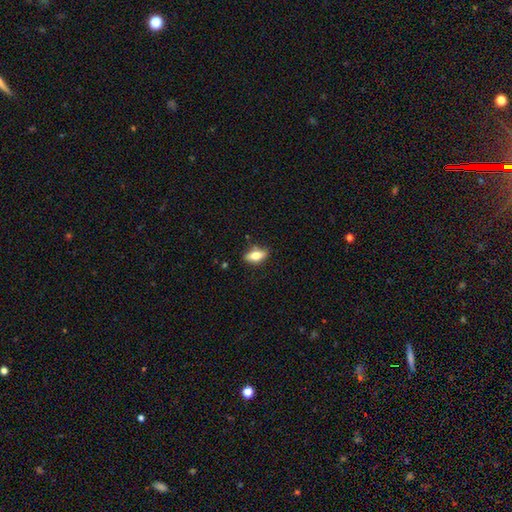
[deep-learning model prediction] This is likely a smooth galaxy (73%). How rounded: clearly in between (82%). Merging: likely none (78%).